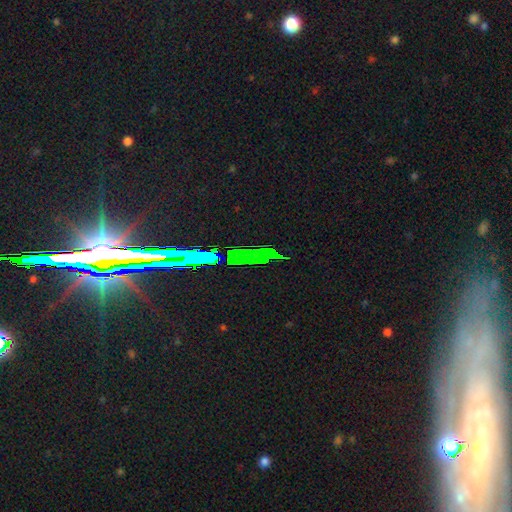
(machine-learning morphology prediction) Smooth or featured?
  - star or artifact: 67% *
  - featured or disk: 21%
  - smooth: 13%